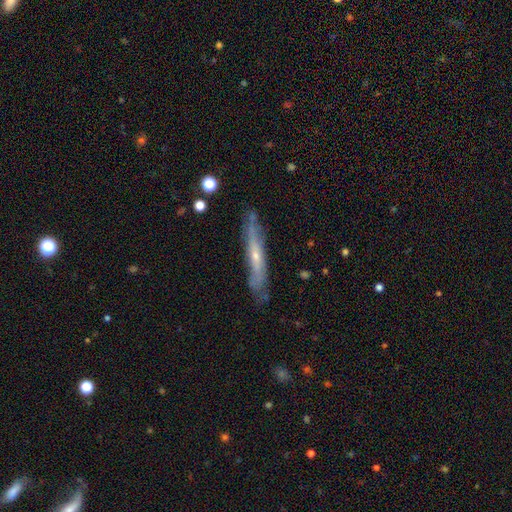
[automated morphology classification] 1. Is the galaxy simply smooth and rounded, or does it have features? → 64% featured or disk, 30% smooth, 6% star or artifact.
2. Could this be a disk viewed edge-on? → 76% yes, 24% no.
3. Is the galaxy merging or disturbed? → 77% none, 18% minor disturbance, 3% major disturbance, 2% merger.